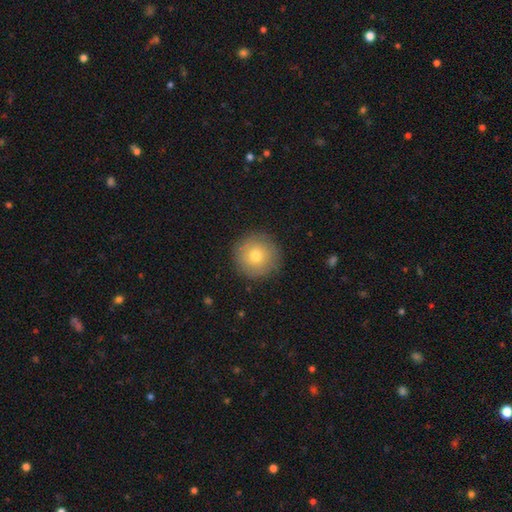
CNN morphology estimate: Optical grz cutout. It shows a smooth galaxy with no disk features (74%) that is round (96%). Merging: none (89%).